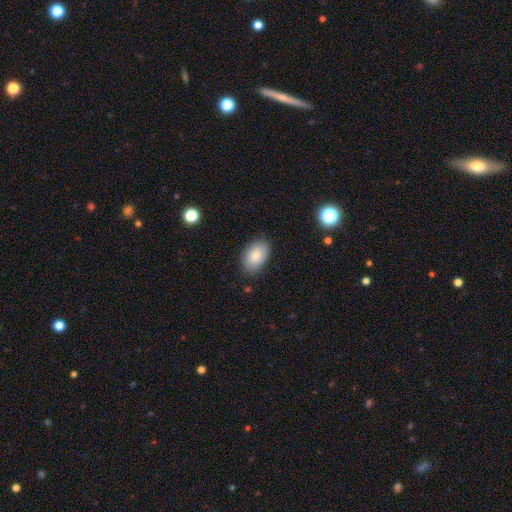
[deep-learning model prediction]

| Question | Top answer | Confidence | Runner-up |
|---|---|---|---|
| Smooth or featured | smooth | 84% | featured or disk (9%) |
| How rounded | in between | 91% | round (8%) |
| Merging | none | 83% | minor disturbance (13%) |